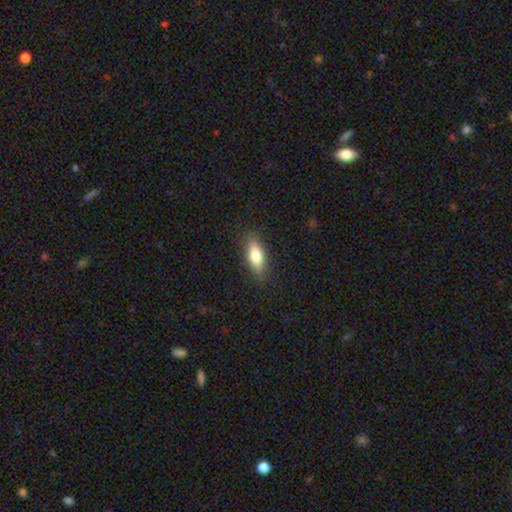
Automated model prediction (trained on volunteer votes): The model was most divided on "how rounded": in between: 66%, cigar-shaped: 30%, round: 4%. More confident: merging — none (86%); smooth or featured — smooth (73%).